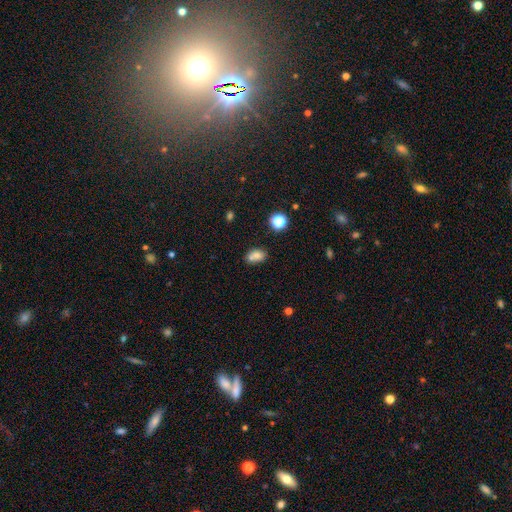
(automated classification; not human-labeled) This appears to be a smooth galaxy with no disk features (73%) that is in between round and cigar-shaped (69%). Merging: none (43%).